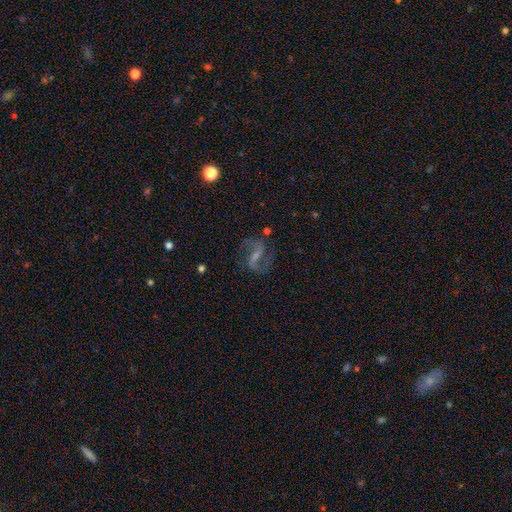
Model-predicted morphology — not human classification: type=featured or disk (80%); edge-on=no (96%); bar=strong (51%); spiral arms=yes (93%); winding=loose (51%); arm count=2 (91%); bulge=none (44%); merging=none (71%).